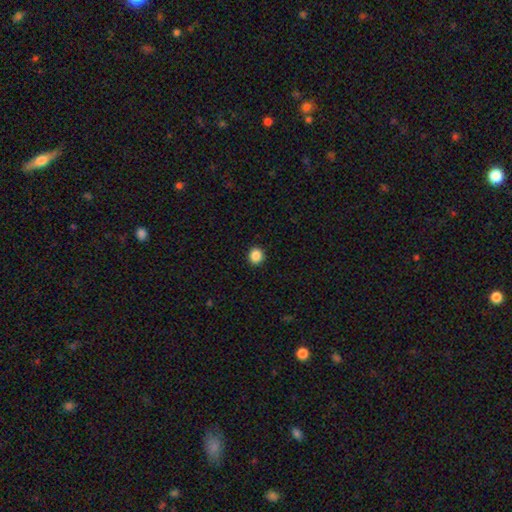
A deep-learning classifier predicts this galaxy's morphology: This is clearly a smooth galaxy (87%). How rounded: clearly round (88%). Merging: clearly none (92%).